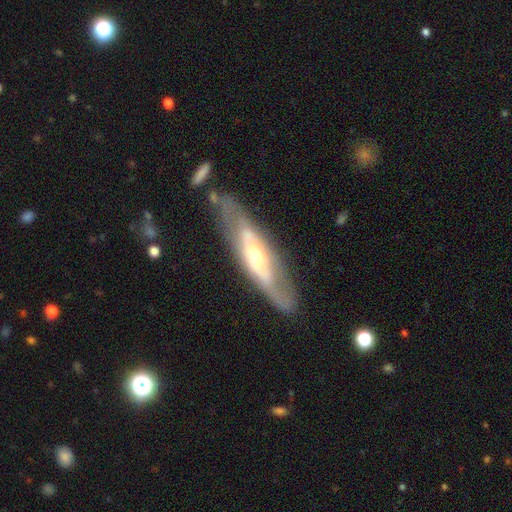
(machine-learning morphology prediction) smooth_or_featured: featured or disk (p=0.70) [alt: smooth p=0.24]
disk_edge_on: no (p=0.62) [alt: yes p=0.38]
merging: none (p=0.75) [alt: minor disturbance p=0.16]